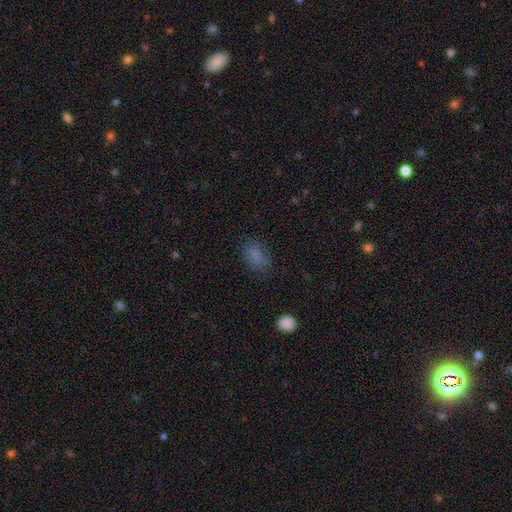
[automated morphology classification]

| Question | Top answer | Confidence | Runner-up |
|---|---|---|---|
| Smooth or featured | smooth | 78% | star or artifact (14%) |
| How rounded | in between | 79% | round (19%) |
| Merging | none | 74% | minor disturbance (18%) |